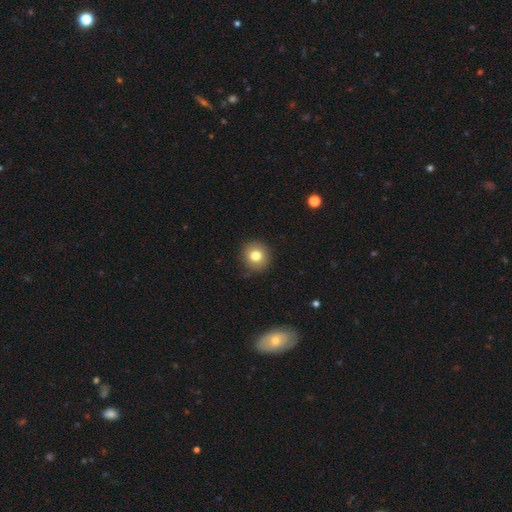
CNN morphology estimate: The model was most divided on "smooth or featured": smooth: 80%, star or artifact: 11%, featured or disk: 9%. More confident: how rounded — round (91%); merging — none (88%).